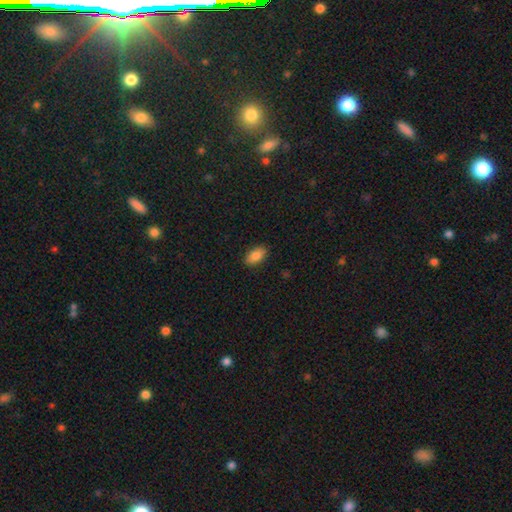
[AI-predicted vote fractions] Smooth or featured?
  - smooth: 85% *
  - featured or disk: 8%
  - star or artifact: 7%
How rounded?
  - in between: 92% *
  - round: 4%
  - cigar-shaped: 4%
Merging?
  - none: 88% *
  - minor disturbance: 9%
  - major disturbance: 2%
  - merger: 1%